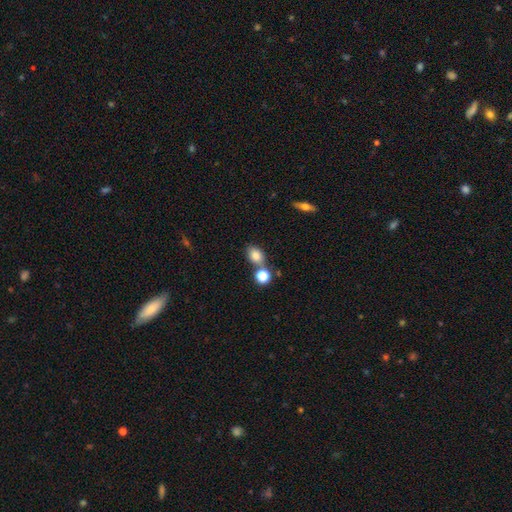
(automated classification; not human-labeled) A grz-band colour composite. It shows a smooth galaxy with no disk features (81%) that is in between round and cigar-shaped (60%). Merging: none (60%).